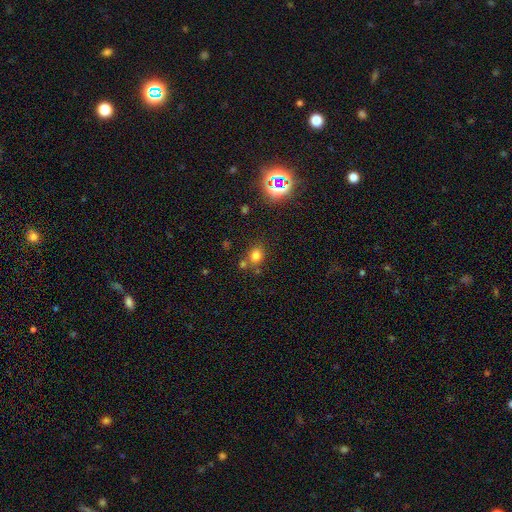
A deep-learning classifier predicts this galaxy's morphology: This appears to be a smooth galaxy with no disk features (76%) that is round (60%). Merging: none (68%).